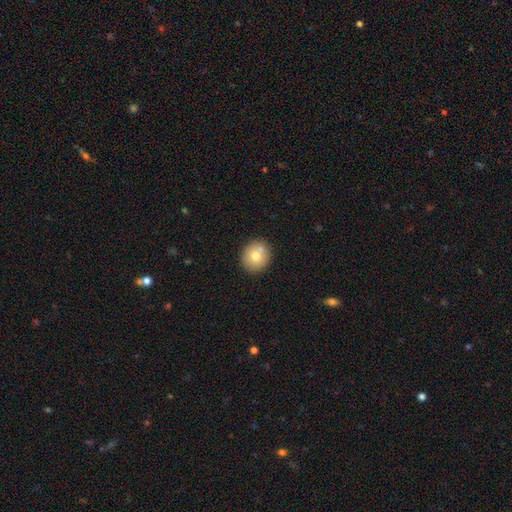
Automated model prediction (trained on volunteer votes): smooth_or_featured: smooth (p=0.74) [alt: featured or disk p=0.17]
how_rounded: round (p=0.85) [alt: in between p=0.14]
merging: none (p=0.77) [alt: merger p=0.12]